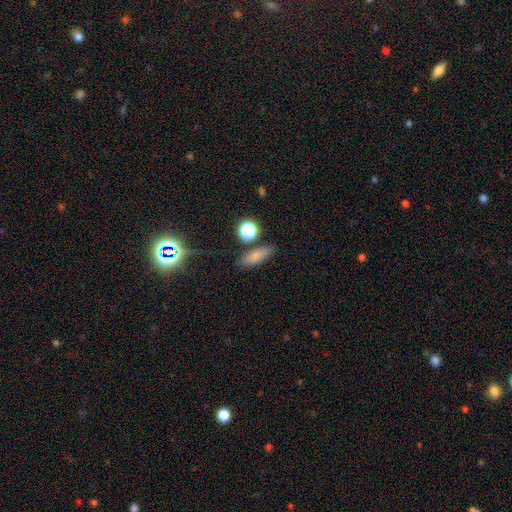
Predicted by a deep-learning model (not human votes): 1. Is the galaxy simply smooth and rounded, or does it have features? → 76% smooth, 14% star or artifact, 11% featured or disk.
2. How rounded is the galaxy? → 52% in between, 38% cigar-shaped, 10% round.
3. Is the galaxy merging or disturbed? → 82% none, 10% minor disturbance, 5% merger, 3% major disturbance.